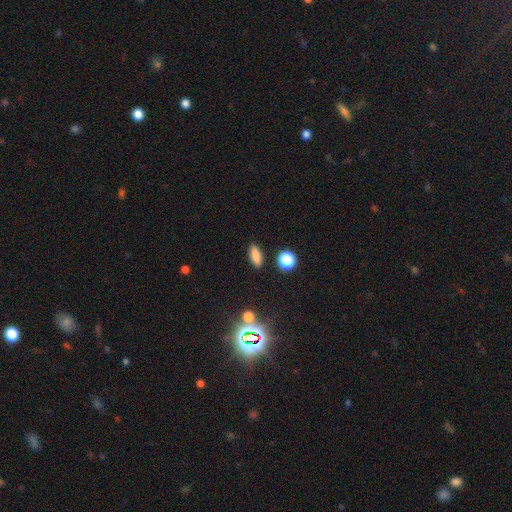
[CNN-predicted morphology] Smooth or featured? smooth (79%)
How rounded? in between (65%)
Merging? none (87%)